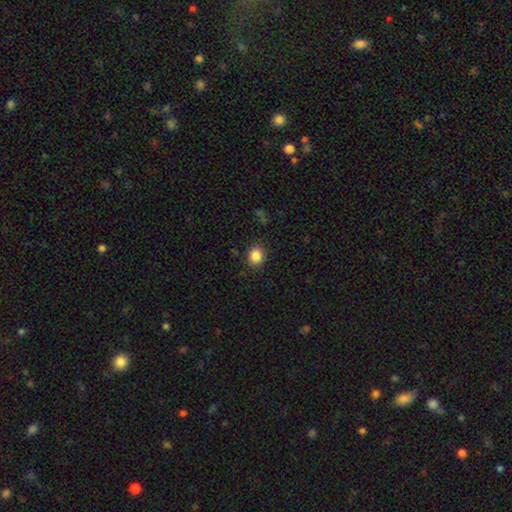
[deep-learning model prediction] Morphology: type=smooth (86%); roundness=round (67%); merging=none (87%).